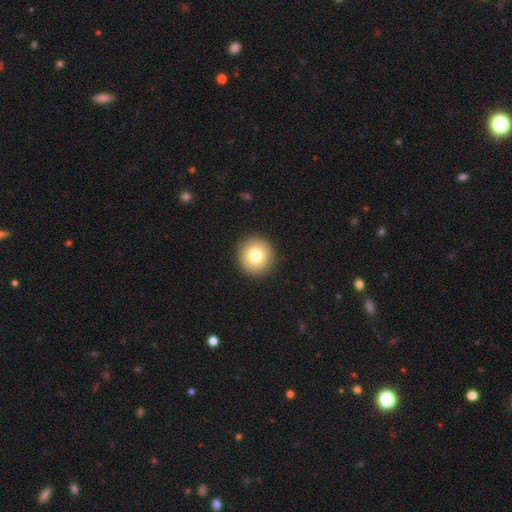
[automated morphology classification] A smooth galaxy with no disk features (78%) that is round (94%).

Vote fractions:
- Smooth or featured? smooth: 78% / featured or disk: 11% / star or artifact: 10%
- How rounded? round: 94% / in between: 5% / cigar-shaped: 1%
- Merging? none: 93% / minor disturbance: 4% / major disturbance: 2% / merger: 1%